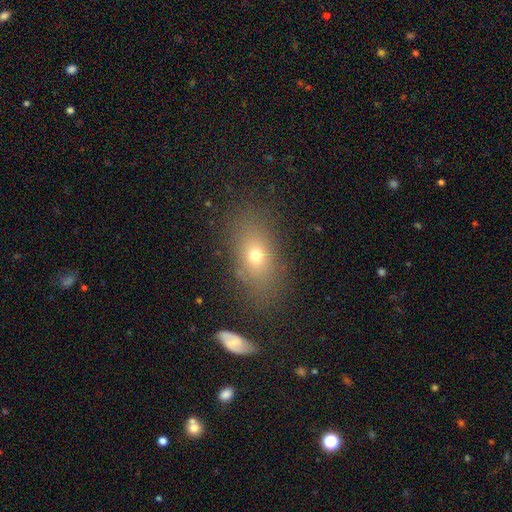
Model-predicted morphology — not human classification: smooth_or_featured: smooth (p=0.67) [alt: featured or disk p=0.17]
how_rounded: in between (p=0.76) [alt: round p=0.19]
merging: none (p=0.77) [alt: minor disturbance p=0.12]